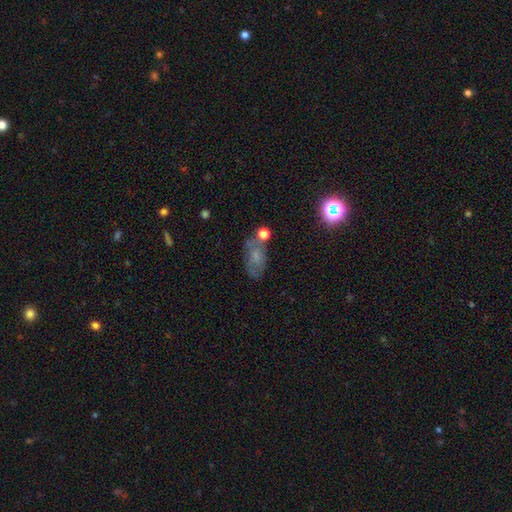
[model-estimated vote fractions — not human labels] Morphology: type=smooth (51%); roundness=in between (83%); merging=none (58%).